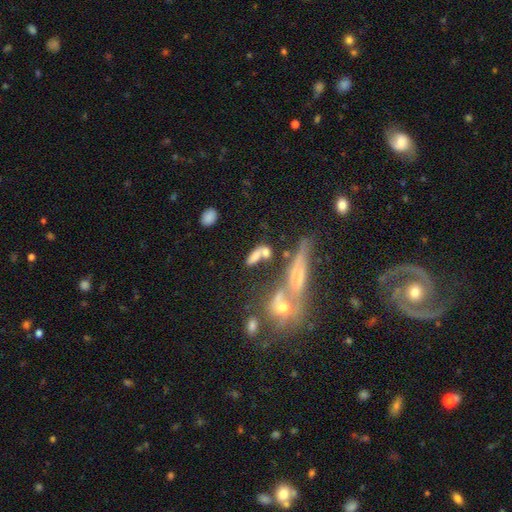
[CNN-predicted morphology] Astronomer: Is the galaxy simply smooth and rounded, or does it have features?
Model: smooth — 65%.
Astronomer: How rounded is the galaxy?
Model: in between — 61%.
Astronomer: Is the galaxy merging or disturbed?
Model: merger — 37% (runner-up: none, 36%).